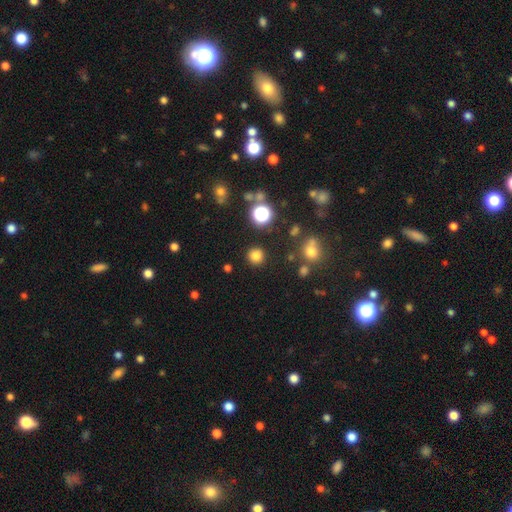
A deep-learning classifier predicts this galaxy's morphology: smooth 79%, star or artifact 17%, featured or disk 5%. Down the decision tree: how rounded — round (93%); merging — none (88%).